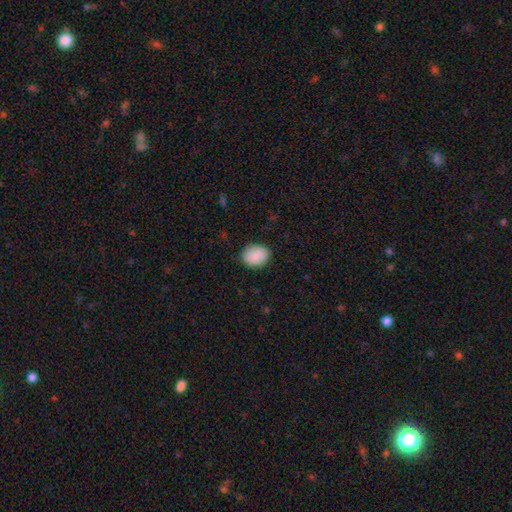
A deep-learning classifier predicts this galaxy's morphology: smooth 89%, star or artifact 7%, featured or disk 4%. Down the decision tree: how rounded — in between (56%); merging — none (88%).